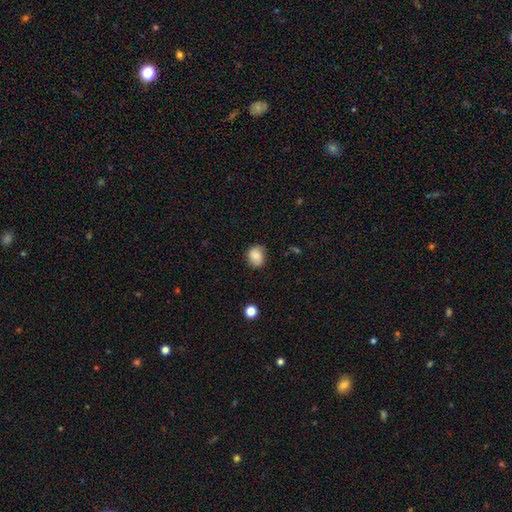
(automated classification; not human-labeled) Smooth or featured: smooth — 75% (featured or disk — 15%)
How rounded: round — 63% (in between — 36%)
Merging: none — 73% (minor disturbance — 21%)